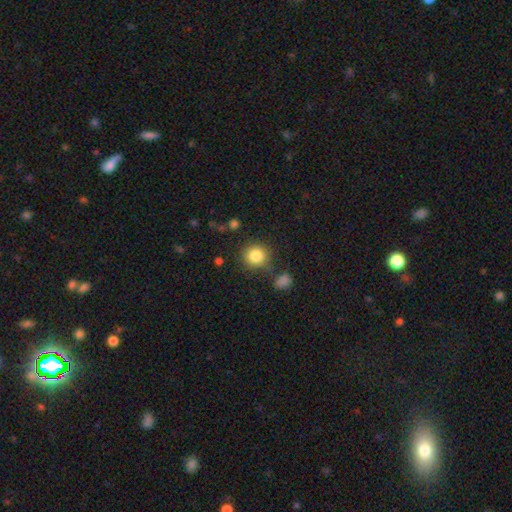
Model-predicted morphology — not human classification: The model was most divided on "merging": none: 79%, minor disturbance: 11%, merger: 6%, major disturbance: 4%. More confident: how rounded — round (91%); smooth or featured — smooth (85%).